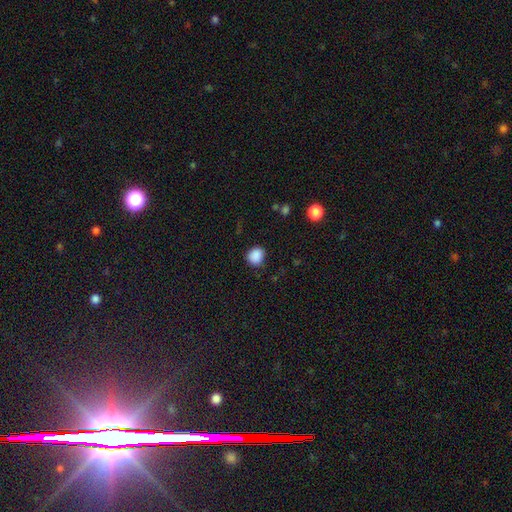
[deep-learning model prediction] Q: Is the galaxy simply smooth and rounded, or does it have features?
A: smooth — 88%.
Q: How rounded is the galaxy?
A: round — 74%.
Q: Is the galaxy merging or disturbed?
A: none — 82%.